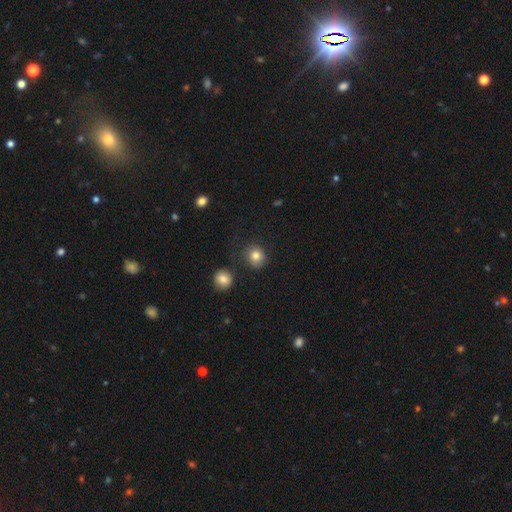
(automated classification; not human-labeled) smooth_or_featured: smooth (p=0.82) [alt: star or artifact p=0.11]
how_rounded: round (p=0.85) [alt: in between p=0.14]
merging: none (p=0.80) [alt: minor disturbance p=0.12]